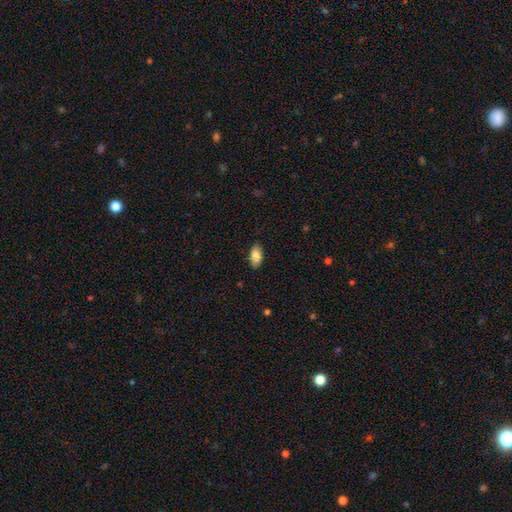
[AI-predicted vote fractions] Smooth or featured? Predicted: smooth (p=0.83). How rounded? Predicted: in between (p=0.93). Merging? Predicted: none (p=0.85).